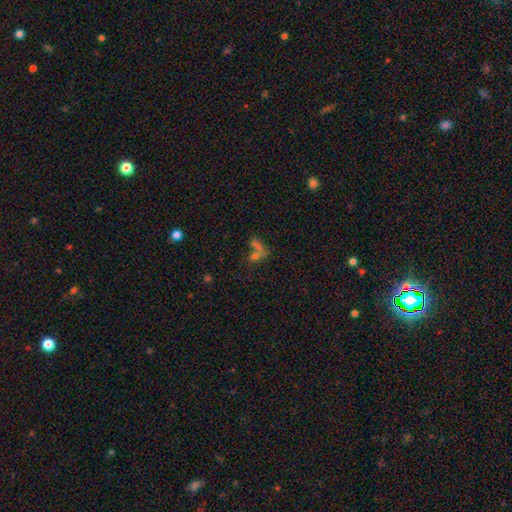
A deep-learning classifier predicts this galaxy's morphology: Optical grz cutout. It shows a smooth galaxy with no disk features (48%). Merging: merger (43%).